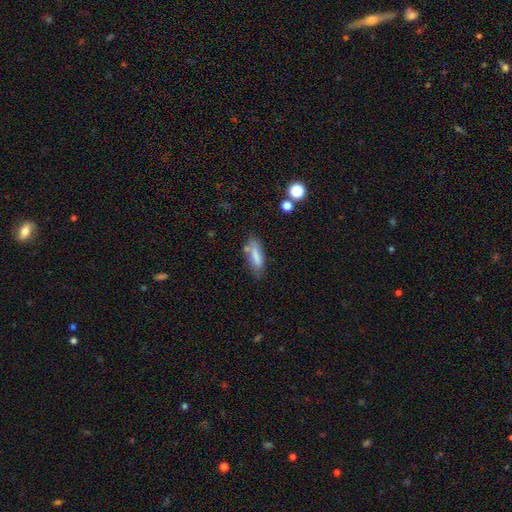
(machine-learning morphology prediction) Overall: smooth (79%). How rounded: in between (61%; cigar-shaped 37%). Merging: none (57%; minor disturbance 25%).